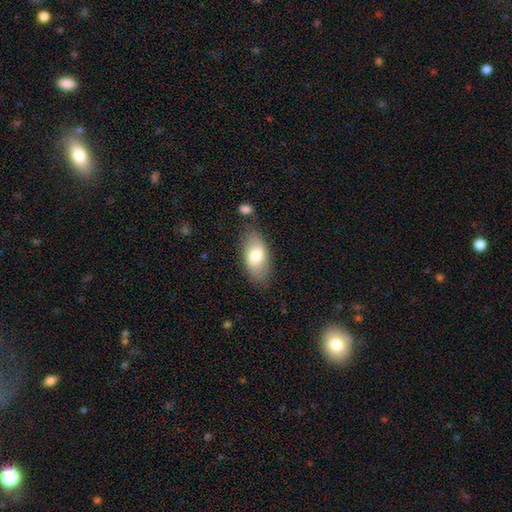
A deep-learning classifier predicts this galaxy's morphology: The model was most divided on "smooth or featured": smooth: 74%, featured or disk: 20%, star or artifact: 7%. More confident: how rounded — in between (90%); merging — none (78%).